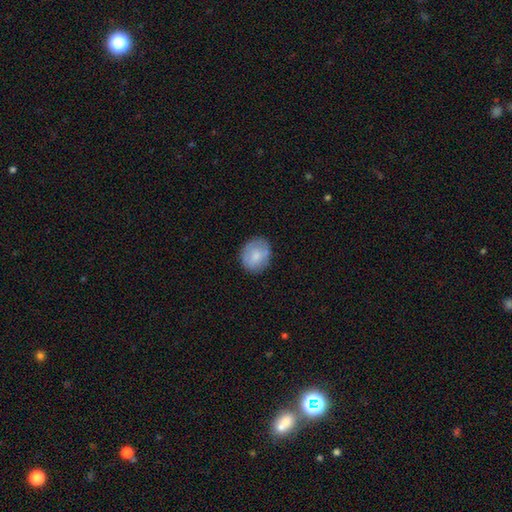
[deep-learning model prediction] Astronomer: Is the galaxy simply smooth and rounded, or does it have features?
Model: smooth — 76%.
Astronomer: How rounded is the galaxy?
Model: round — 65%.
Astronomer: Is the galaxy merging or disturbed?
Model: none — 78%.